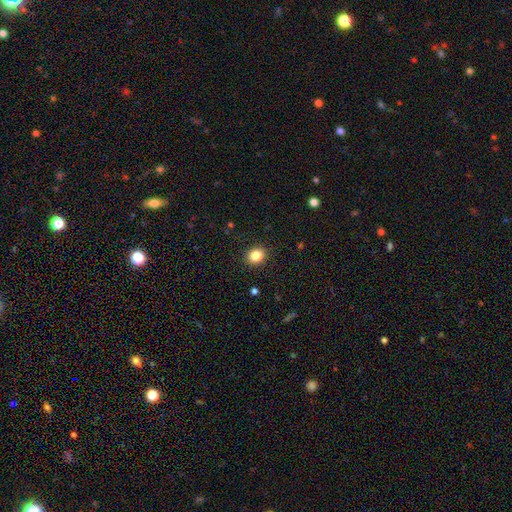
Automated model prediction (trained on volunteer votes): A smooth galaxy with no disk features (84%) that is round (64%).

Vote fractions:
- Smooth or featured? smooth: 84% / star or artifact: 10% / featured or disk: 5%
- How rounded? round: 64% / in between: 35% / cigar-shaped: 1%
- Merging? none: 90% / minor disturbance: 7% / major disturbance: 2% / merger: 1%